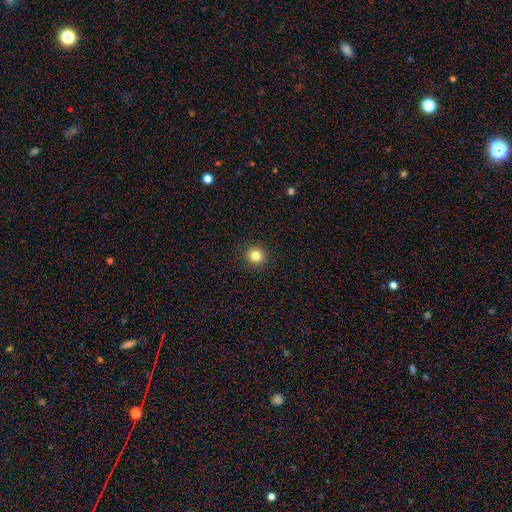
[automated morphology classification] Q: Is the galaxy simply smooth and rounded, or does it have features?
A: smooth — 83%.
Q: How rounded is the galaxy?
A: round — 94%.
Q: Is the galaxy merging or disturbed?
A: none — 93%.